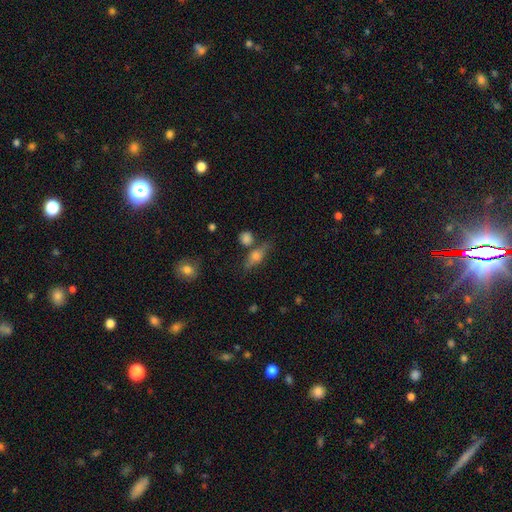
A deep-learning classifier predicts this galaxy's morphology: Smooth or featured: featured or disk — 49% (smooth — 39%)
Merging: none — 69% (minor disturbance — 15%)